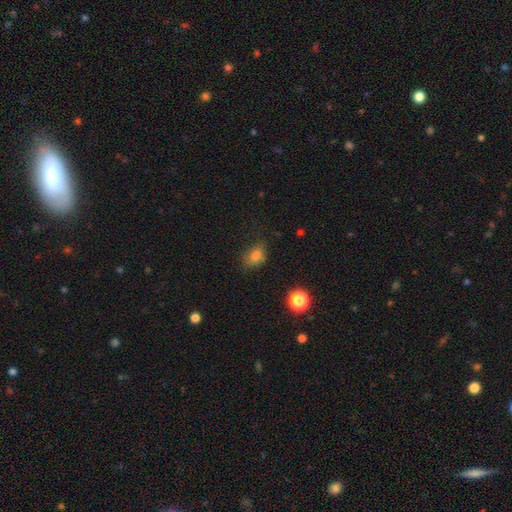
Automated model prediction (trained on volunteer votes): smooth 78%, star or artifact 14%, featured or disk 8%. Down the decision tree: how rounded — in between (75%); merging — none (68%).